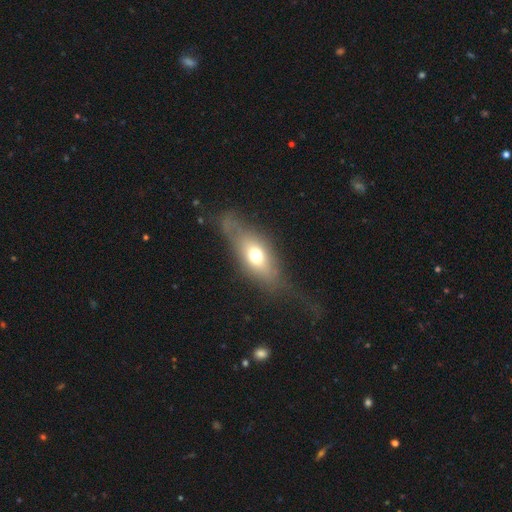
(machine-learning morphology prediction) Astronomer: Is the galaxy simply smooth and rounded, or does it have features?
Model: smooth — 57% (runner-up: featured or disk, 34%).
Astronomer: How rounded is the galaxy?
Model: in between — 71%.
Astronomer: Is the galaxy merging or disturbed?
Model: none — 55%.